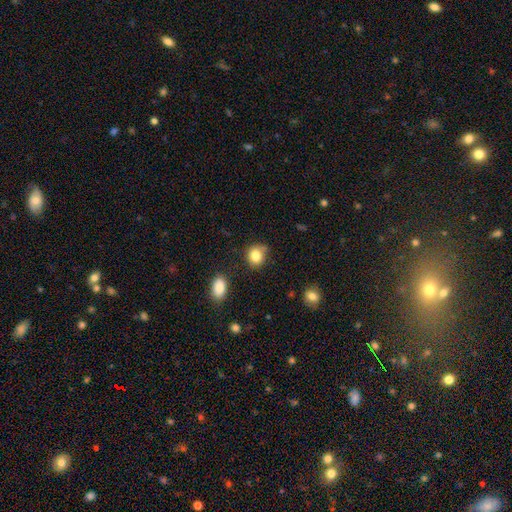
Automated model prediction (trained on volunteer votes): A smooth galaxy with no disk features (83%) that is round (75%). Merging: none (66%).